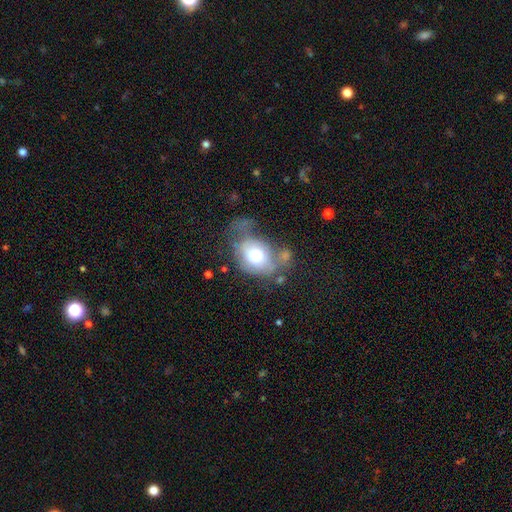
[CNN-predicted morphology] smooth_or_featured: smooth (p=0.62) [alt: featured or disk p=0.29]
how_rounded: in between (p=0.58) [alt: round p=0.41]
merging: major disturbance (p=0.36) [alt: none p=0.27]